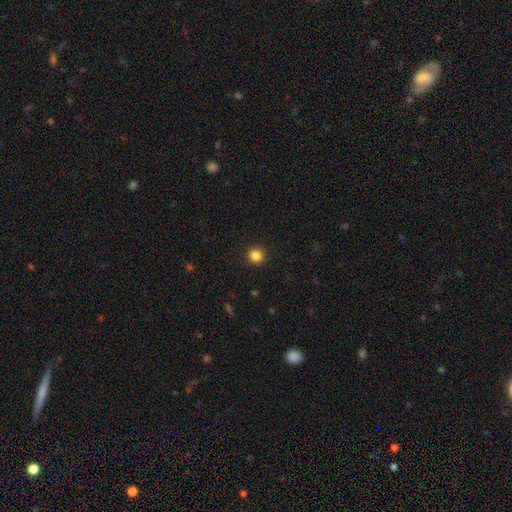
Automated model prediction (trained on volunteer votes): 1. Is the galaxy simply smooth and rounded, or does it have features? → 85% smooth, 11% star or artifact, 4% featured or disk.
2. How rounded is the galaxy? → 93% round, 6% in between, 1% cigar-shaped.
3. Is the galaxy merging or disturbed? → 92% none, 5% minor disturbance, 2% major disturbance, 1% merger.